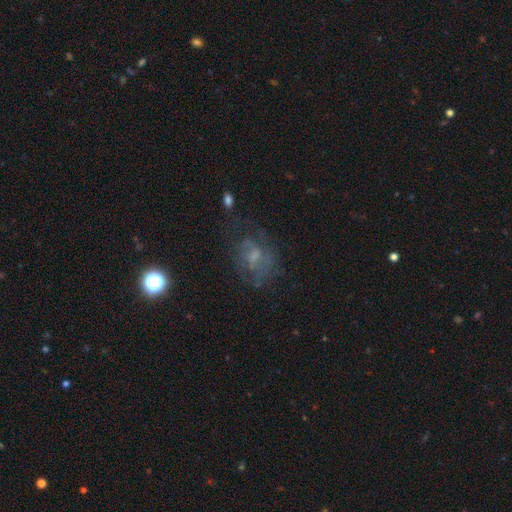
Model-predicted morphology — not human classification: A featured or disk galaxy (45%).

Vote fractions:
- Smooth or featured? featured or disk: 45% / smooth: 33% / star or artifact: 22%
- Merging? none: 53% / major disturbance: 23% / minor disturbance: 21% / merger: 3%